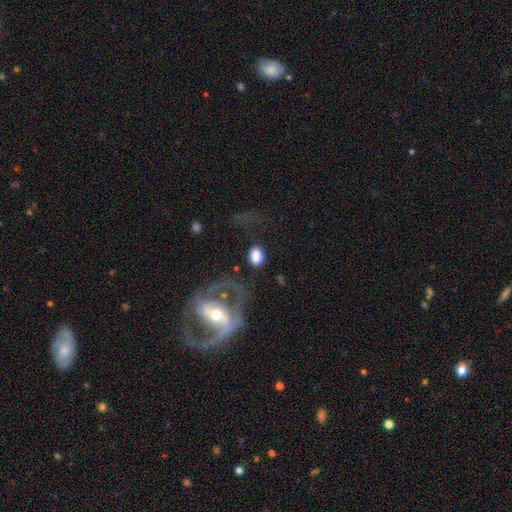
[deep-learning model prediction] Smooth or featured? smooth (75%)
How rounded? in between (74%)
Merging? none (64%)